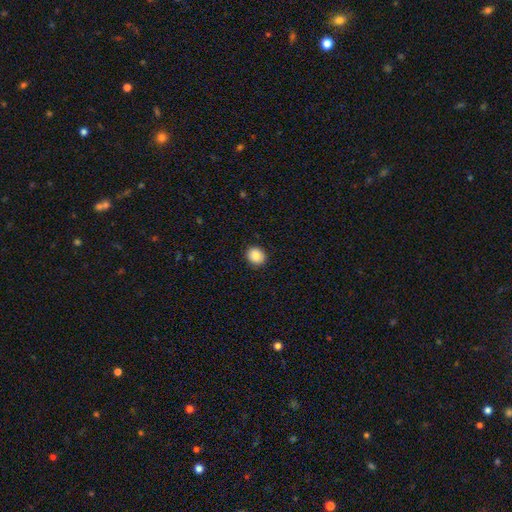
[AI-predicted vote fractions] smooth 88%, star or artifact 8%, featured or disk 3%. Down the decision tree: how rounded — round (74%); merging — none (91%).